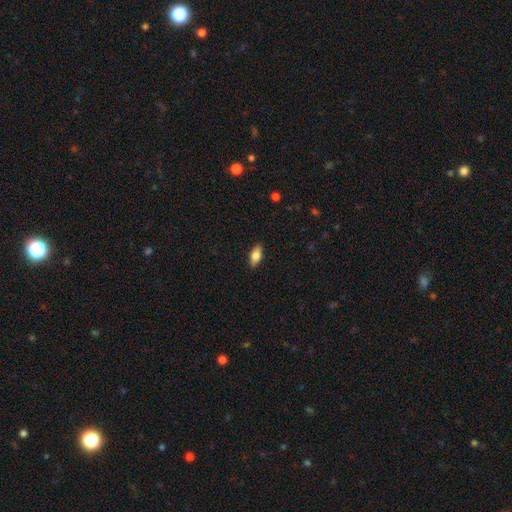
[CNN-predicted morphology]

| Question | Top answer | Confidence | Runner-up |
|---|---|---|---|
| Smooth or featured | smooth | 75% | featured or disk (19%) |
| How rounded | in between | 84% | cigar-shaped (13%) |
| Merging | none | 89% | minor disturbance (9%) |